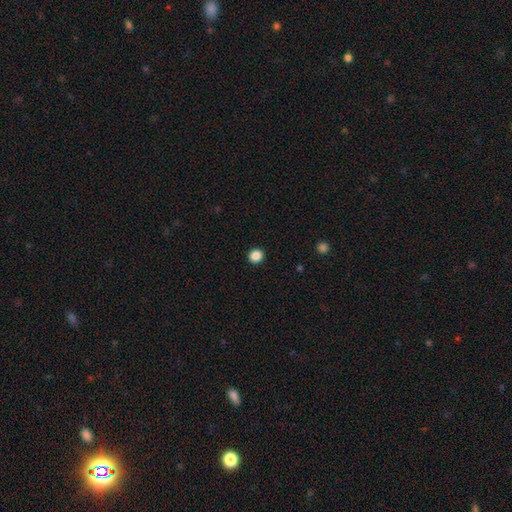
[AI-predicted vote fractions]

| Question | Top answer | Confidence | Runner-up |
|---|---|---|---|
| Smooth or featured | smooth | 87% | star or artifact (10%) |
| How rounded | round | 91% | in between (8%) |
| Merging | none | 93% | minor disturbance (4%) |